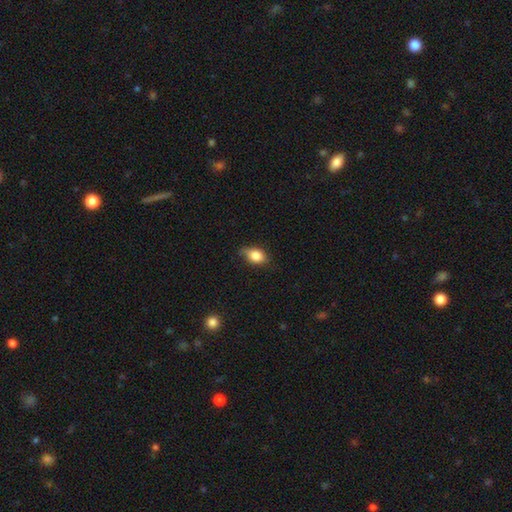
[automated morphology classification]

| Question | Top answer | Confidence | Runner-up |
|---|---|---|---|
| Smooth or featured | smooth | 83% | featured or disk (9%) |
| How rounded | in between | 81% | round (17%) |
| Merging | none | 70% | minor disturbance (25%) |